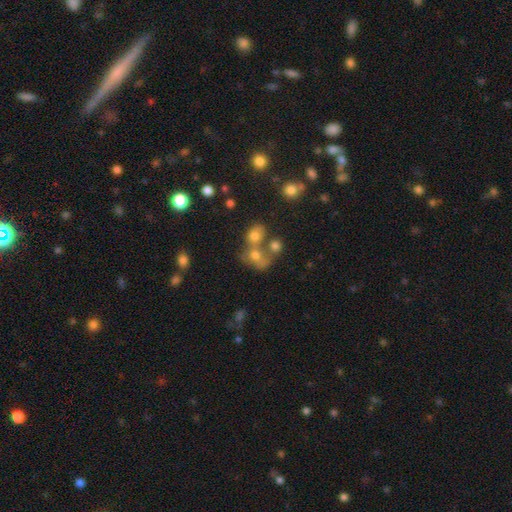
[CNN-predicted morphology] A smooth galaxy with no disk features (65%) that is round (55%). Merging: merger (54%).